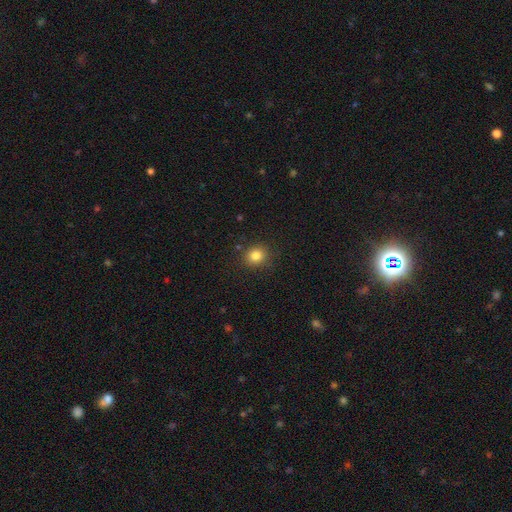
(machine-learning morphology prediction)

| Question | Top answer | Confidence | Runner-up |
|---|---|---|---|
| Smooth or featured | smooth | 83% | star or artifact (12%) |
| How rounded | round | 81% | in between (18%) |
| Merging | none | 87% | minor disturbance (8%) |